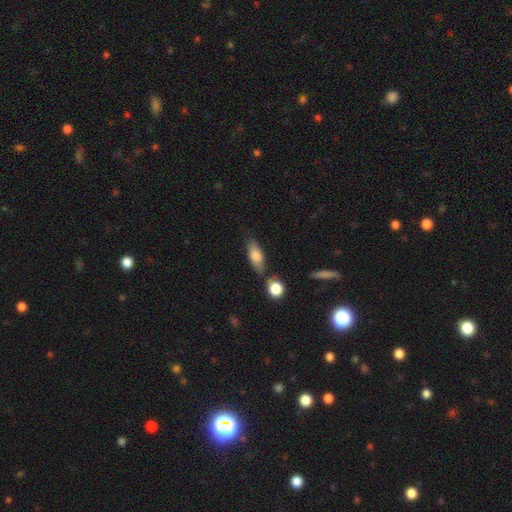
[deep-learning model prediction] Smooth or featured? Predicted: smooth (p=0.74). How rounded? Predicted: in between (p=0.72). Merging? Predicted: none (p=0.67).